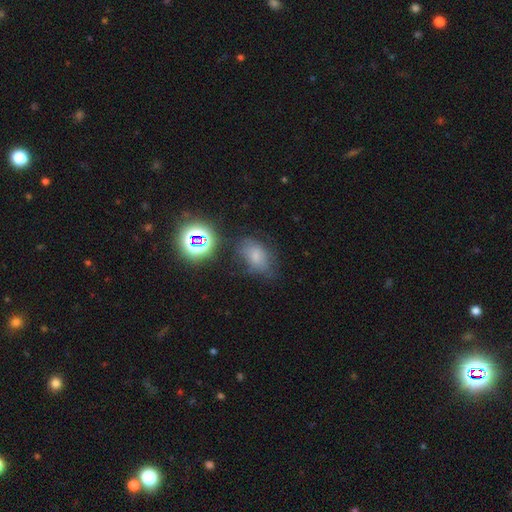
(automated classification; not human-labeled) This is likely a smooth galaxy (60%). How rounded: clearly in between (83%). Merging: possibly none (58%).